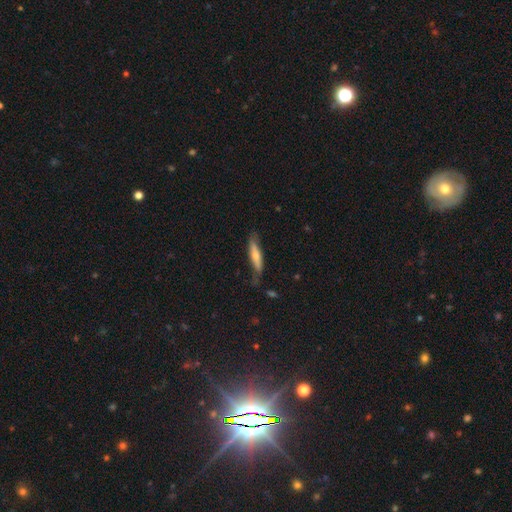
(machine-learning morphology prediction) Overall: smooth (56%; featured or disk 38%). How rounded: cigar-shaped (78%). Merging: none (64%; minor disturbance 26%).